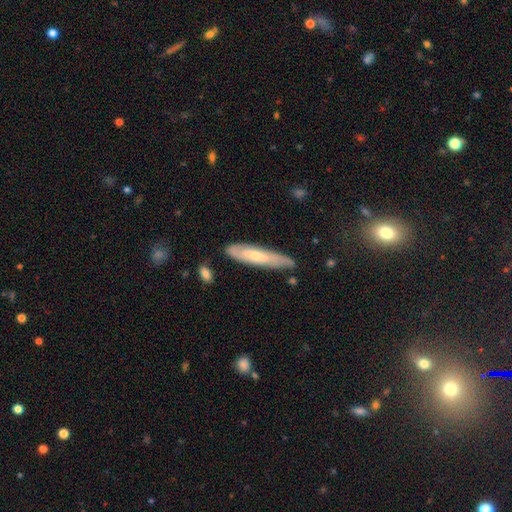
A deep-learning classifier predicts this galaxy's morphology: This is possibly a smooth galaxy (49%). Merging: likely none (69%).